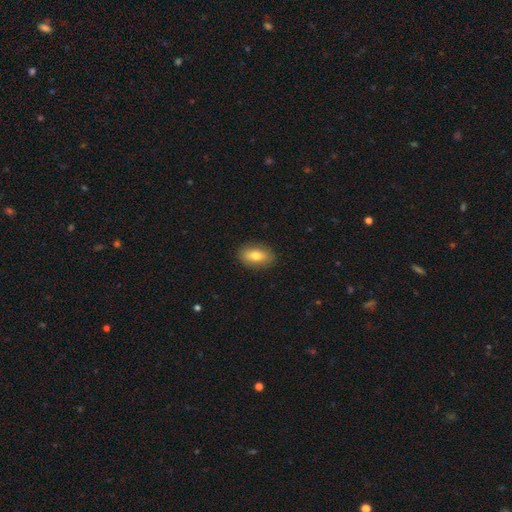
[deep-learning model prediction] Smooth or featured?
  - smooth: 75% *
  - featured or disk: 18%
  - star or artifact: 7%
How rounded?
  - in between: 87% *
  - round: 9%
  - cigar-shaped: 4%
Merging?
  - none: 88% *
  - minor disturbance: 9%
  - major disturbance: 2%
  - merger: 1%